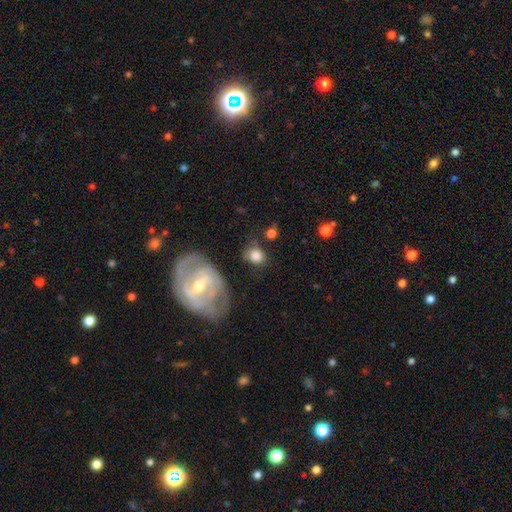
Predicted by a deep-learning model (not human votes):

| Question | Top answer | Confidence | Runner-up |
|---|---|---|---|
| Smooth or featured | smooth | 73% | featured or disk (18%) |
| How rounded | round | 64% | in between (35%) |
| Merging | none | 65% | minor disturbance (19%) |